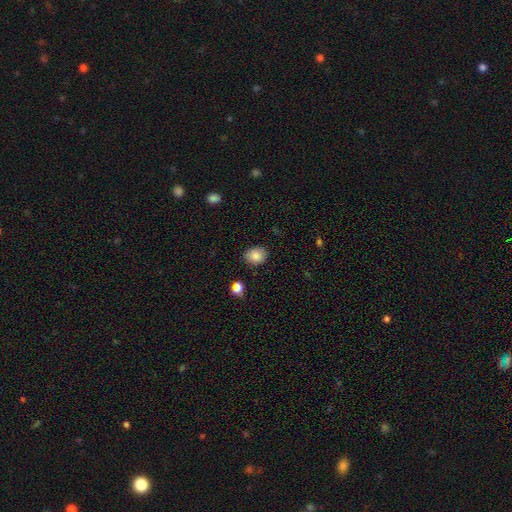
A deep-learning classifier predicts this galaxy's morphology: Smooth or featured? smooth (84%)
How rounded? in between (55%)
Merging? none (83%)